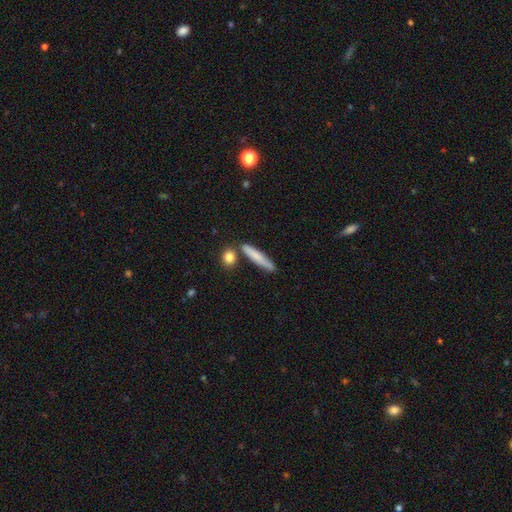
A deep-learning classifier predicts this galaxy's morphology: smooth-or-featured: smooth: 74% | featured or disk: 19% | star or artifact: 6%
  how-rounded: cigar-shaped: 88% | in between: 10% | round: 2%
  merging: none: 76% | minor disturbance: 13% | merger: 8% | major disturbance: 3%